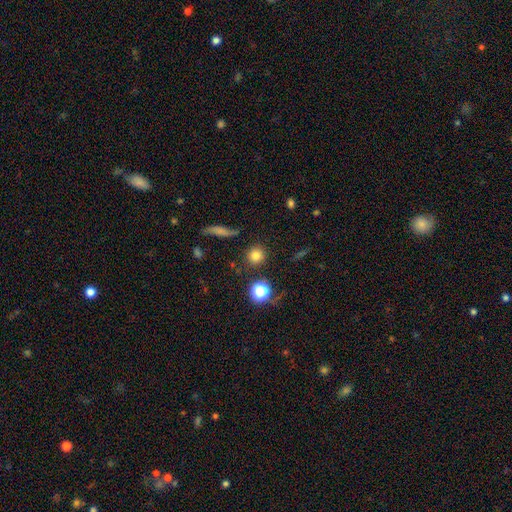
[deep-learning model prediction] Morphology: type=smooth (80%); roundness=round (93%); merging=none (87%).